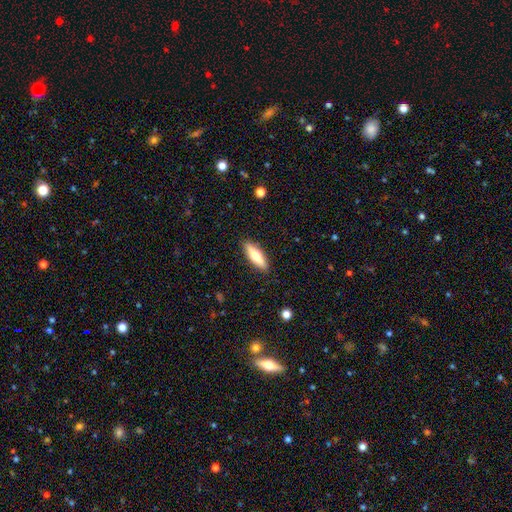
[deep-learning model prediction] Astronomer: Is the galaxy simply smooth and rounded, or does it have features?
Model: smooth — 65%.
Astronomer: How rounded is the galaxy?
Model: cigar-shaped — 56% (runner-up: in between, 42%).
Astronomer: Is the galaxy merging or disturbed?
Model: none — 89%.